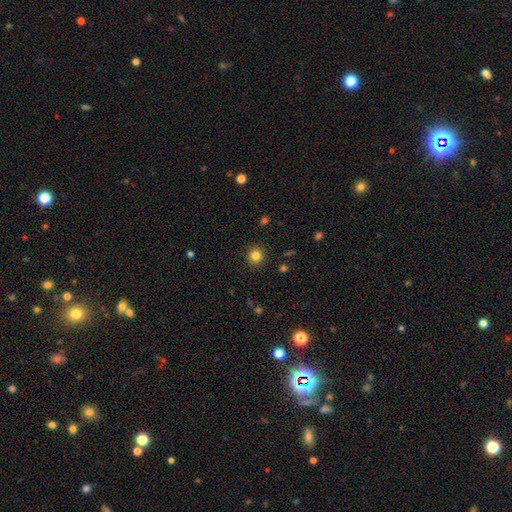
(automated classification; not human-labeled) Morphology: type=smooth (83%); roundness=round (93%); merging=none (91%).